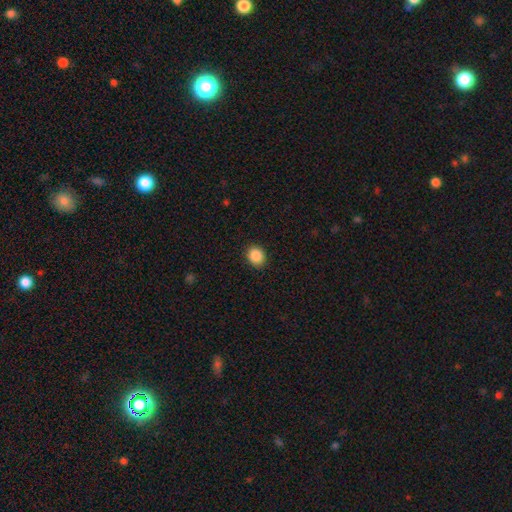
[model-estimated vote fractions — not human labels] Overall: smooth (88%). How rounded: round (71%). Merging: none (91%).